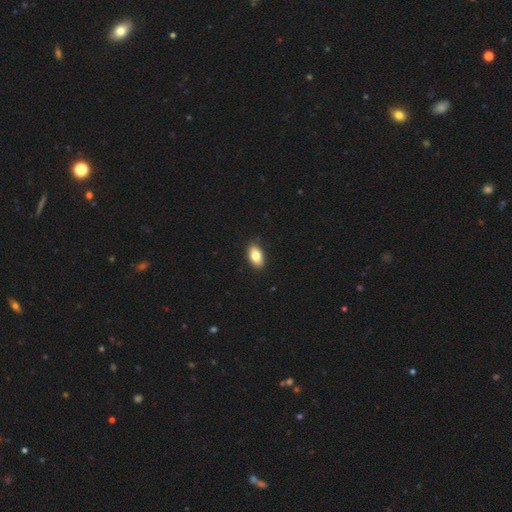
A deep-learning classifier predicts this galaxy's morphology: Smooth or featured?
  - smooth: 82% *
  - featured or disk: 11%
  - star or artifact: 7%
How rounded?
  - in between: 92% *
  - round: 5%
  - cigar-shaped: 3%
Merging?
  - none: 89% *
  - minor disturbance: 8%
  - major disturbance: 2%
  - merger: 1%